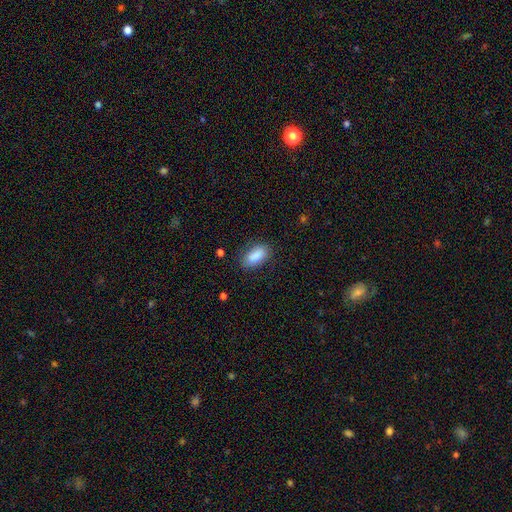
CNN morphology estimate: A smooth galaxy with no disk features (88%) that is in between round and cigar-shaped (90%). Merging: none (82%).